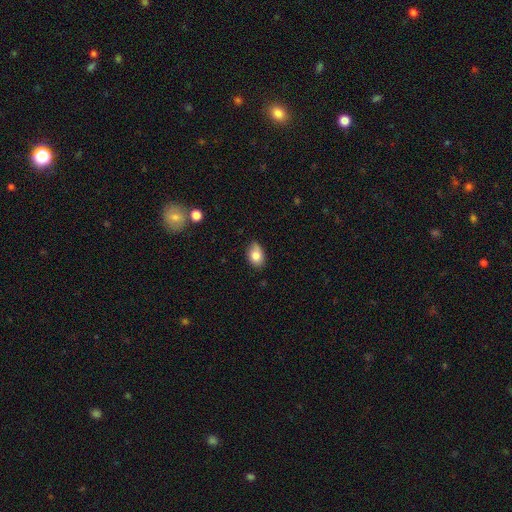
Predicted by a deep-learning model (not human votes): This is clearly a smooth galaxy (81%). How rounded: clearly in between (84%). Merging: likely none (72%).